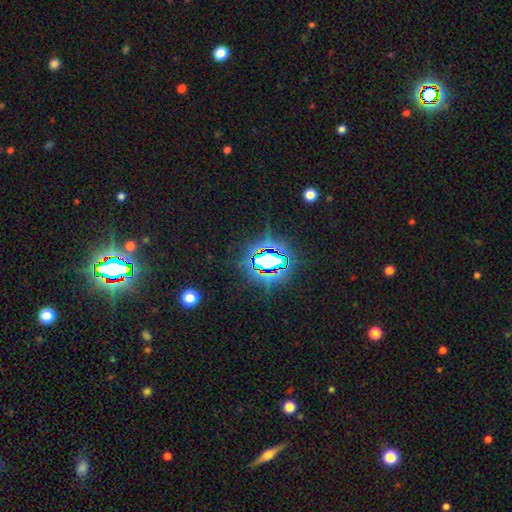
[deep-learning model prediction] A star or artifact, not a galaxy (76%).

Vote fractions:
- Smooth or featured? star or artifact: 76% / smooth: 14% / featured or disk: 9%